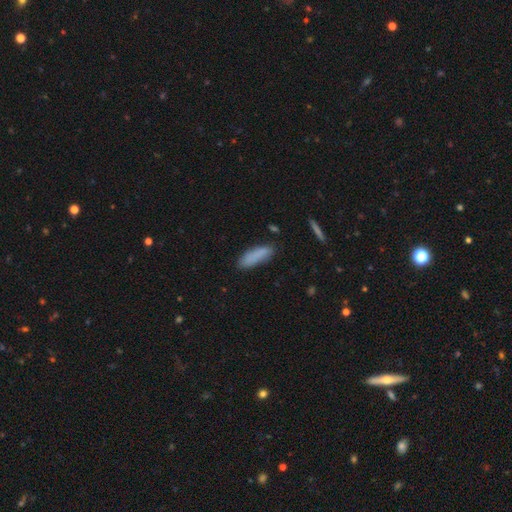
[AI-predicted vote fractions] Q: Smooth or featured?
A: smooth (85%); runner-up: featured or disk (8%)
Q: How rounded?
A: cigar-shaped (53%); runner-up: in between (45%)
Q: Merging?
A: none (79%); runner-up: minor disturbance (16%)